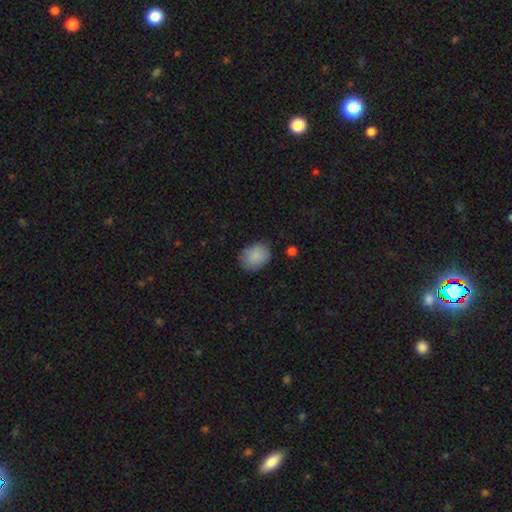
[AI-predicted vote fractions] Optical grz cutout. It shows a smooth galaxy with no disk features (86%) that is in between round and cigar-shaped (59%). Merging: none (73%).